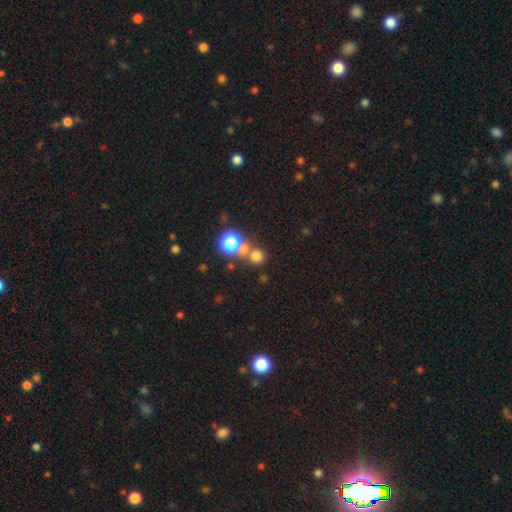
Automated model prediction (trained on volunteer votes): This is likely a smooth galaxy (69%). How rounded: clearly round (90%). Merging: likely none (64%).